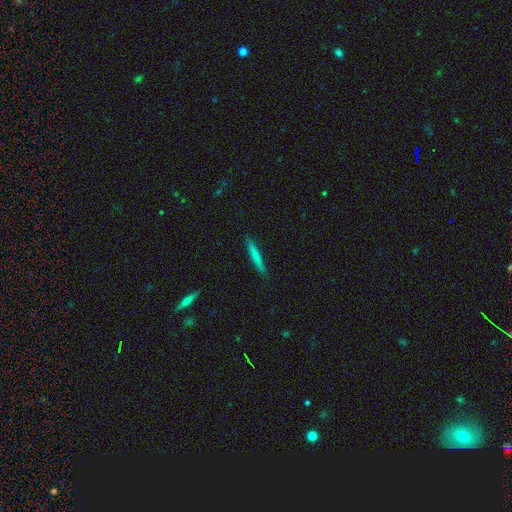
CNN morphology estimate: Q: Smooth or featured?
A: smooth (74%); runner-up: featured or disk (20%)
Q: How rounded?
A: cigar-shaped (95%); runner-up: in between (4%)
Q: Merging?
A: none (89%); runner-up: minor disturbance (8%)